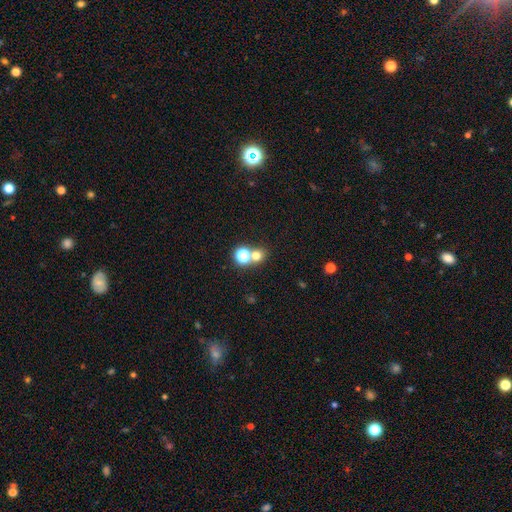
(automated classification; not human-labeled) A smooth galaxy with no disk features (67%) that is round (79%).

Vote fractions:
- Smooth or featured? smooth: 67% / star or artifact: 25% / featured or disk: 9%
- How rounded? round: 79% / in between: 19% / cigar-shaped: 1%
- Merging? none: 59% / merger: 31% / minor disturbance: 6% / major disturbance: 3%